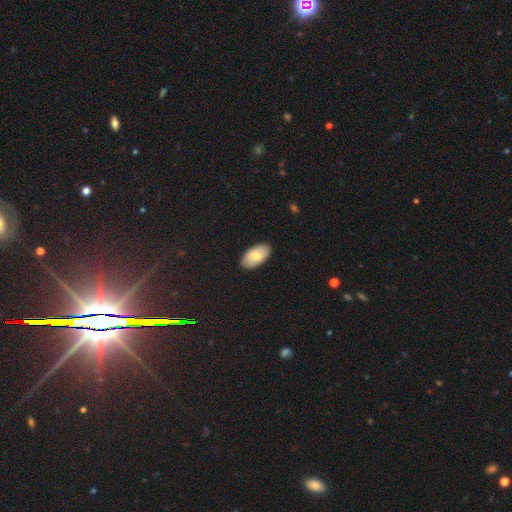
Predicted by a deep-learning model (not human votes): Smooth or featured? Predicted: smooth (p=0.71). How rounded? Predicted: in between (p=0.95). Merging? Predicted: none (p=0.88).